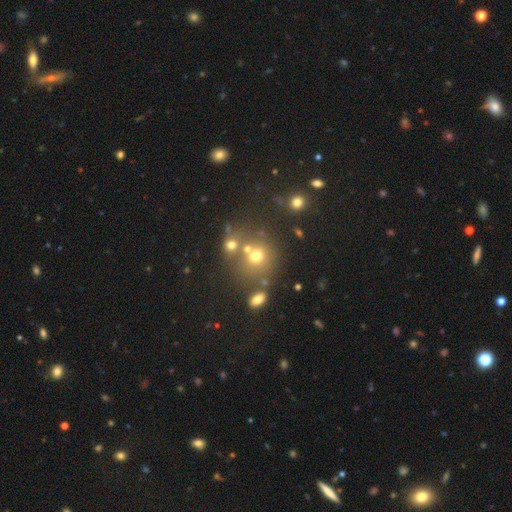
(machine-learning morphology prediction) This appears to be a smooth galaxy with no disk features (63%) that is round (79%). Merging: none (52%).